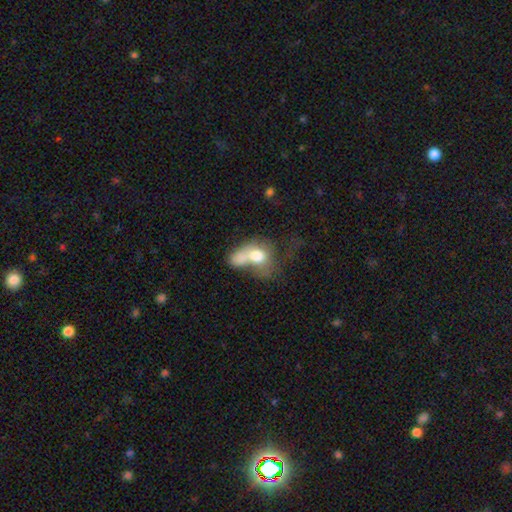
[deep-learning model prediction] The model was most divided on "merging": merger: 57%, major disturbance: 22%, none: 12%, minor disturbance: 9%. More confident: how rounded — in between (68%); smooth or featured — smooth (65%).